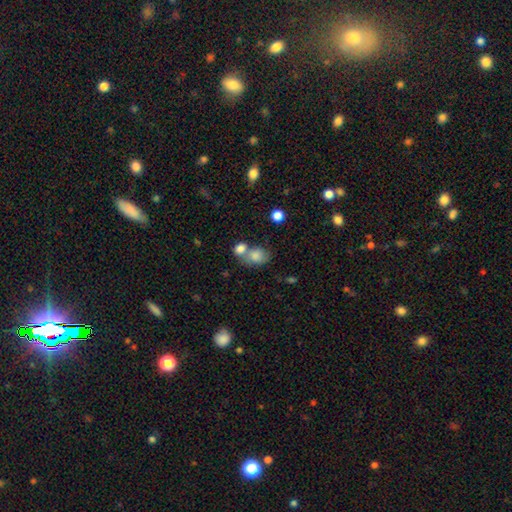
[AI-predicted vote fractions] smooth_or_featured: smooth (p=0.80) [alt: featured or disk p=0.11]
how_rounded: in between (p=0.53) [alt: round p=0.46]
merging: merger (p=0.49) [alt: none p=0.34]